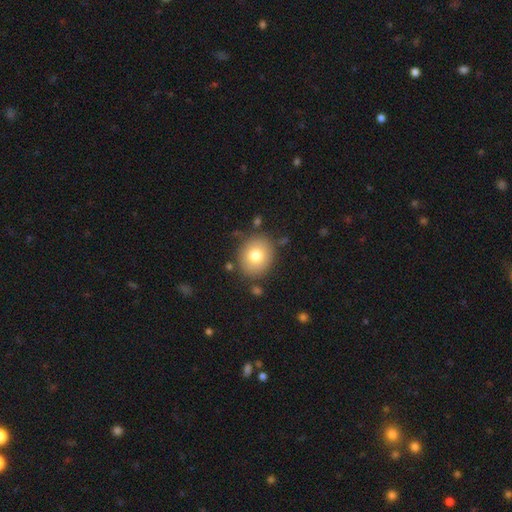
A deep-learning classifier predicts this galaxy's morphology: Overall: smooth (76%). How rounded: round (78%). Merging: none (84%).